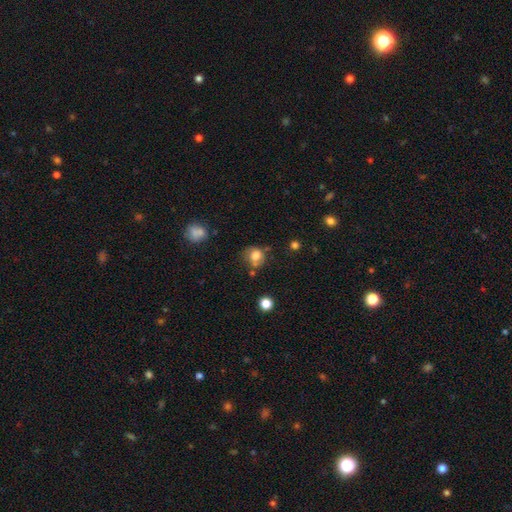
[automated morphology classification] smooth 74%, featured or disk 15%, star or artifact 11%. Down the decision tree: how rounded — round (71%); merging — none (53%).